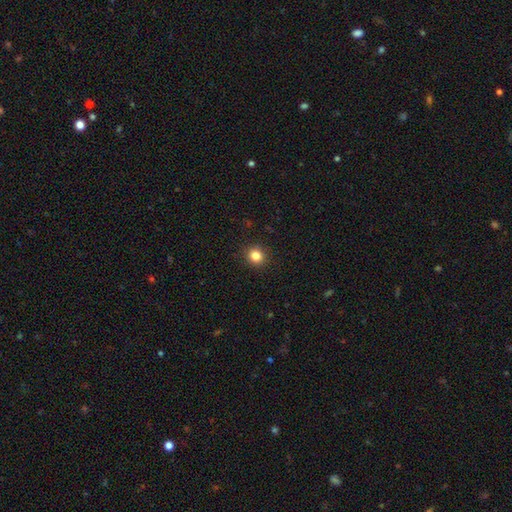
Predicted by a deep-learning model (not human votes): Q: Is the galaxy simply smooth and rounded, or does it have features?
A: smooth — 83%.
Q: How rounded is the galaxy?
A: round — 87%.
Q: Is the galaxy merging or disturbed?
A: none — 91%.